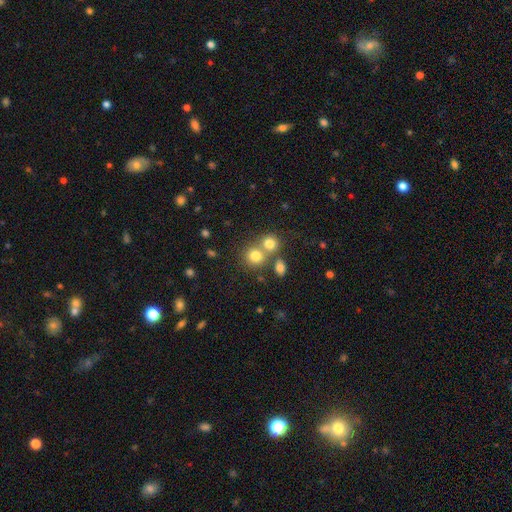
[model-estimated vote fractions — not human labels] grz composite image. It shows a smooth galaxy with no disk features (78%) that is round (83%). Merging: none (51%).